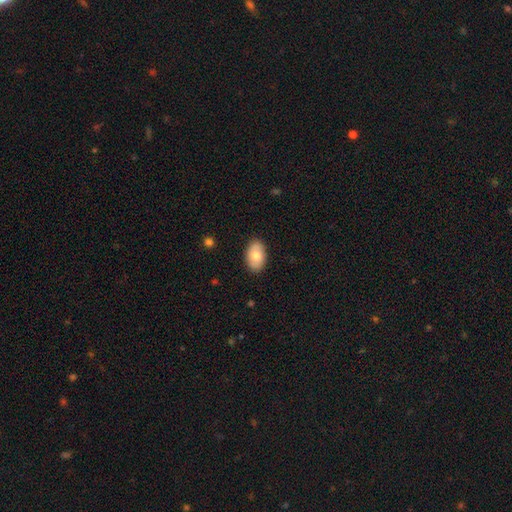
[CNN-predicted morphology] Smooth or featured? smooth (69%)
How rounded? in between (90%)
Merging? none (86%)